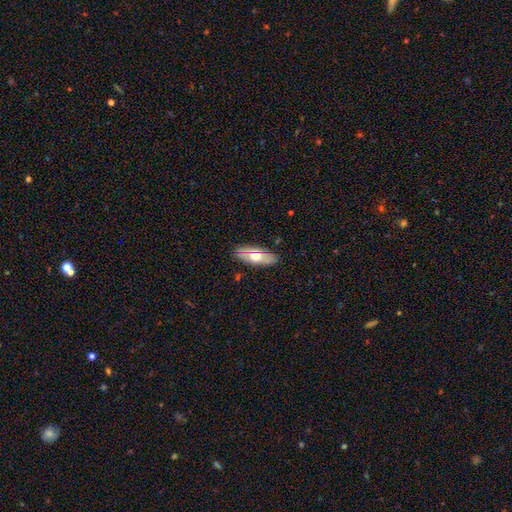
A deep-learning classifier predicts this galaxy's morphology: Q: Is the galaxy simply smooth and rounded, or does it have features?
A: smooth — 59%.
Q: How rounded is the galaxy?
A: in between — 77%.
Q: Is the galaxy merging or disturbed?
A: none — 85%.